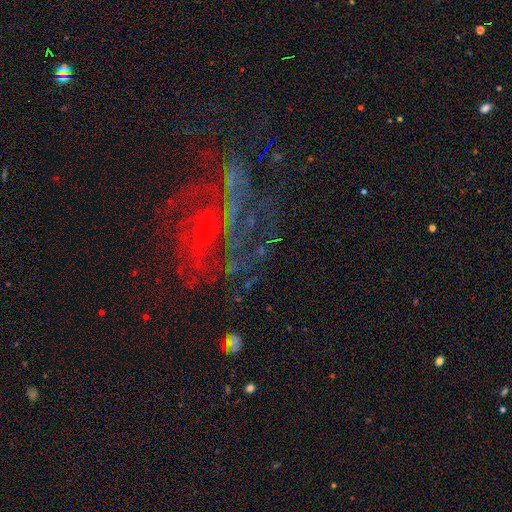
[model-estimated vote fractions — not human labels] Smooth or featured? featured or disk (57%)
Edge-on disk? no (96%)
Bar? no (60%)
Spiral arms? yes (50%, tied with no)
Bulge size? none (63%)
Merging? none (50%)